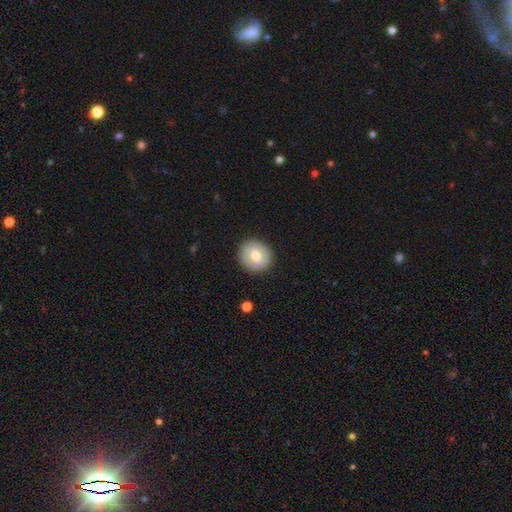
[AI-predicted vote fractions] featured or disk 47% (tied), smooth 47% (tied), star or artifact 6%. Down the decision tree: merging — none (87%).